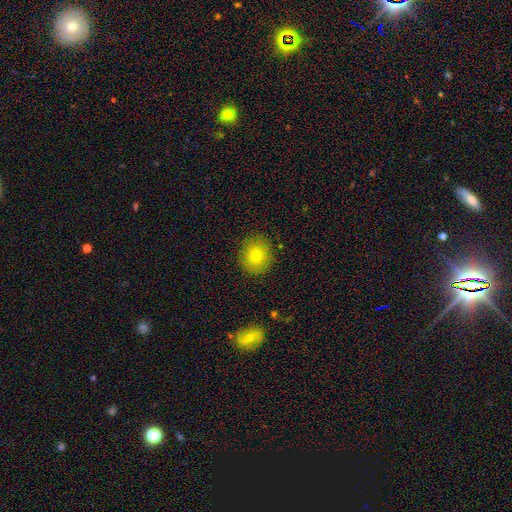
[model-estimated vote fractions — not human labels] This is likely a smooth galaxy (80%). How rounded: clearly round (82%). Merging: clearly none (88%).